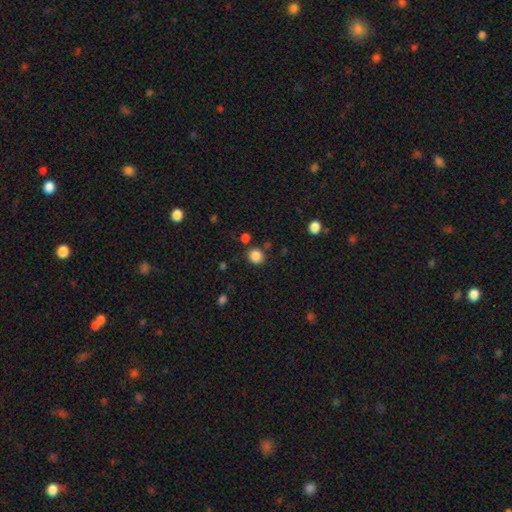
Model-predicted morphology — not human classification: The model was most divided on "how rounded": round: 85%, in between: 14%, cigar-shaped: 1%. More confident: smooth or featured — smooth (85%); merging — none (82%).